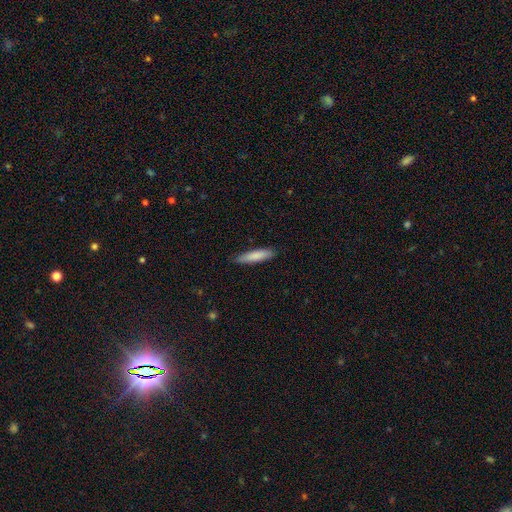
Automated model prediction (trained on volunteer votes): This appears to be a smooth galaxy with no disk features (83%) that is cigar-shaped (81%). Merging: none (86%).